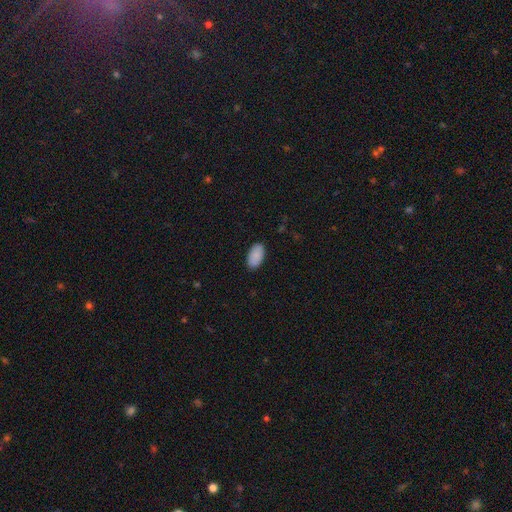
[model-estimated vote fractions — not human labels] smooth-or-featured: smooth: 90% | star or artifact: 6% | featured or disk: 4%
  how-rounded: in between: 96% | round: 3% | cigar-shaped: 2%
  merging: none: 88% | minor disturbance: 9% | major disturbance: 2% | merger: 1%